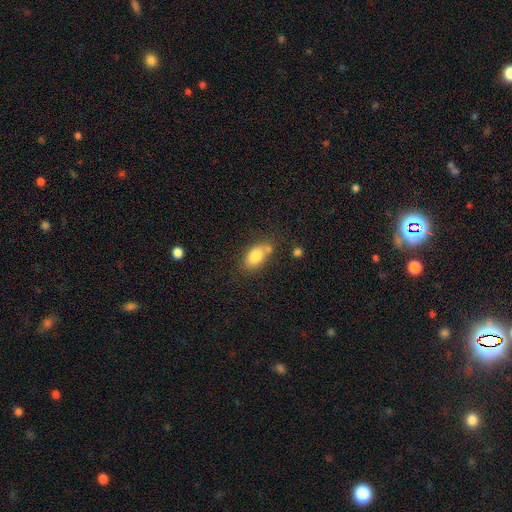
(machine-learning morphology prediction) A smooth galaxy with no disk features (81%) that is in between round and cigar-shaped (88%). Merging: none (63%).